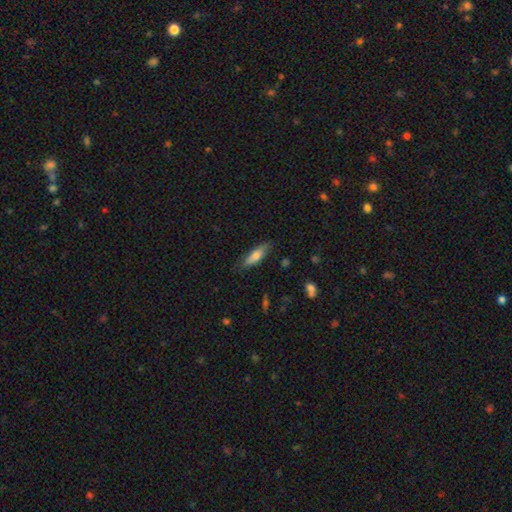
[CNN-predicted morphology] Smooth or featured? smooth (71%)
How rounded? cigar-shaped (53%)
Merging? none (78%)